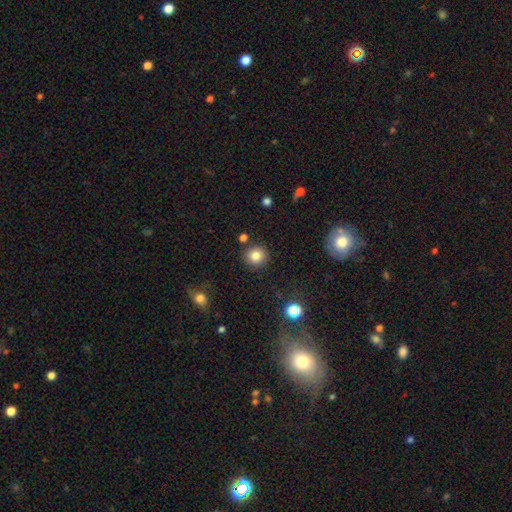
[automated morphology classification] This is clearly a smooth galaxy (82%). How rounded: clearly round (91%). Merging: clearly none (87%).